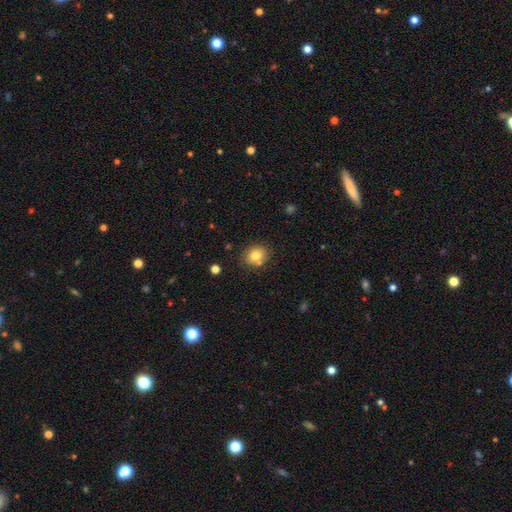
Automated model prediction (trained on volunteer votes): This appears to be a smooth galaxy with no disk features (78%) that is round (64%). Merging: none (77%).